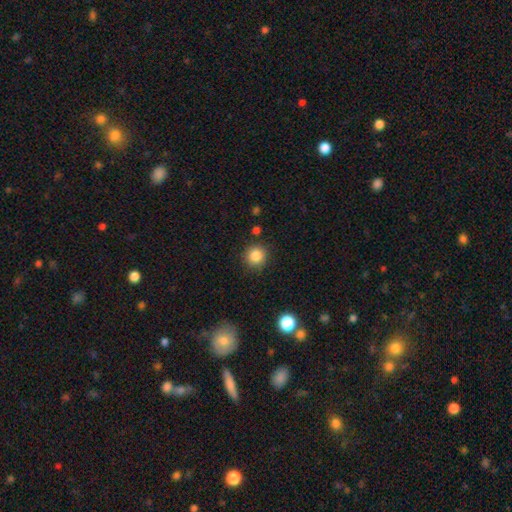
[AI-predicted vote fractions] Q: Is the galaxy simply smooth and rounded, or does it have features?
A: smooth — 85%.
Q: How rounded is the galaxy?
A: round — 93%.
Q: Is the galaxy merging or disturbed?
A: none — 88%.